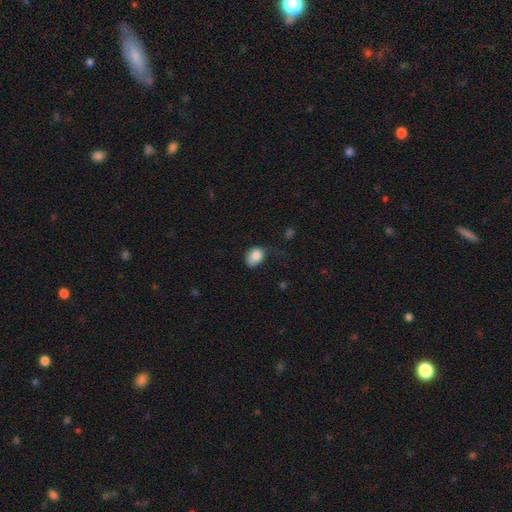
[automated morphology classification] Smooth or featured? Predicted: smooth (p=0.85). How rounded? Predicted: in between (p=0.69). Merging? Predicted: none (p=0.43).